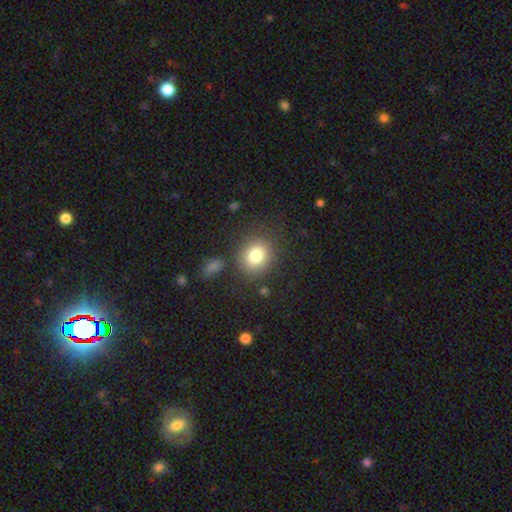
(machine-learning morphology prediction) A smooth galaxy with no disk features (81%) that is round (75%). Merging: none (81%).